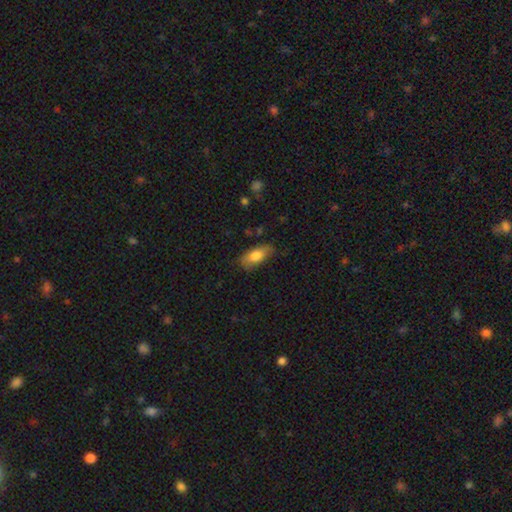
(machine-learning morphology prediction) Smooth or featured? smooth (78%)
How rounded? in between (84%)
Merging? none (73%)